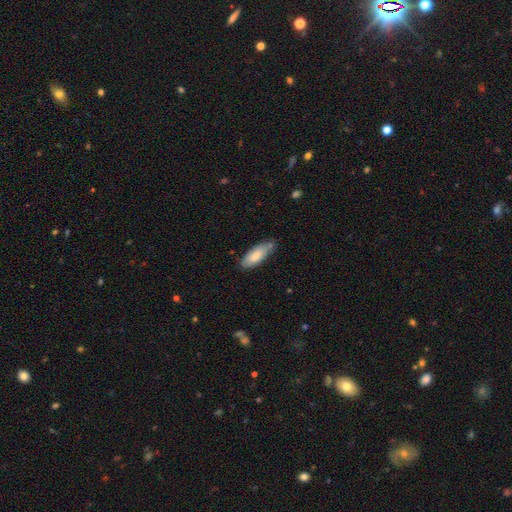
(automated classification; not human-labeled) Smooth or featured? Predicted: smooth (p=0.81). How rounded? Predicted: in between (p=0.70). Merging? Predicted: none (p=0.69).